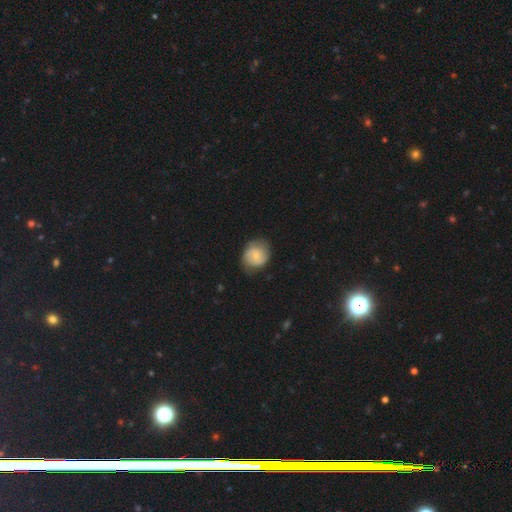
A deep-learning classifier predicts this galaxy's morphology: This appears to be a featured or disk galaxy (48%). Merging: none (67%).